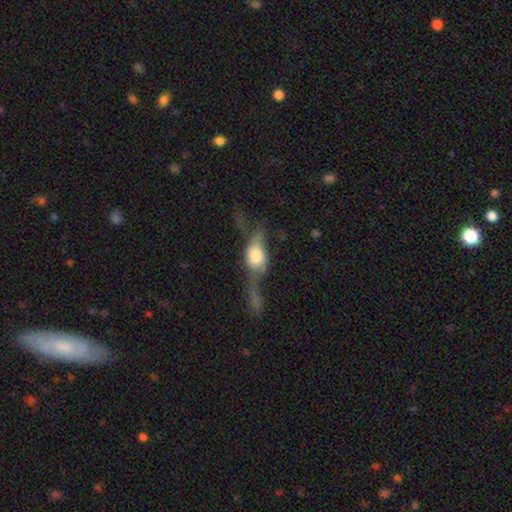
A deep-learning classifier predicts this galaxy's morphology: Q: Smooth or featured?
A: featured or disk (51%); runner-up: smooth (41%)
Q: Edge-on disk?
A: yes (64%); runner-up: no (36%)
Q: Merging?
A: major disturbance (42%); runner-up: none (28%)